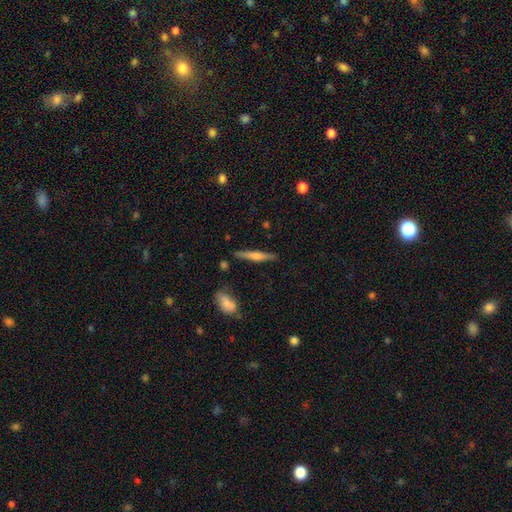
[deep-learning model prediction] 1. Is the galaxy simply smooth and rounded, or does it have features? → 49% featured or disk, 45% smooth, 6% star or artifact.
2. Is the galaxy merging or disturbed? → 86% none, 9% minor disturbance, 2% merger, 2% major disturbance.